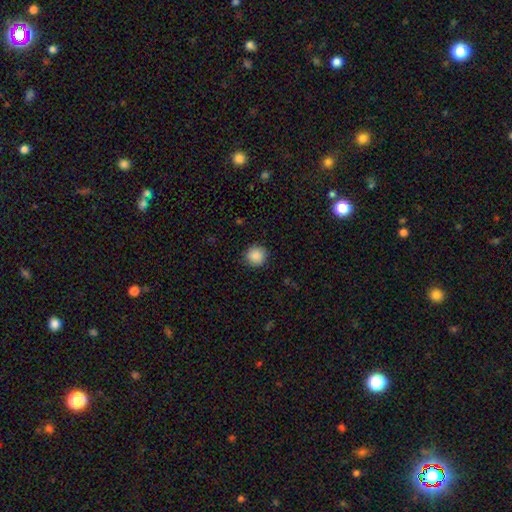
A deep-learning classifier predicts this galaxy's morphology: The model was most divided on "smooth or featured": smooth: 89%, star or artifact: 8%, featured or disk: 3%. More confident: how rounded — round (93%); merging — none (89%).